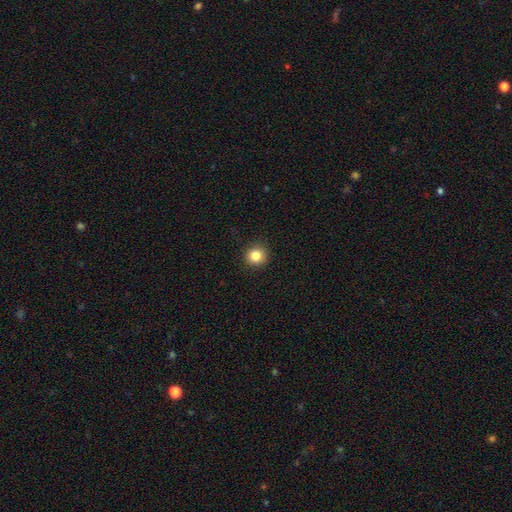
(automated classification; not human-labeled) This is clearly a smooth galaxy (84%). How rounded: clearly round (92%). Merging: clearly none (92%).